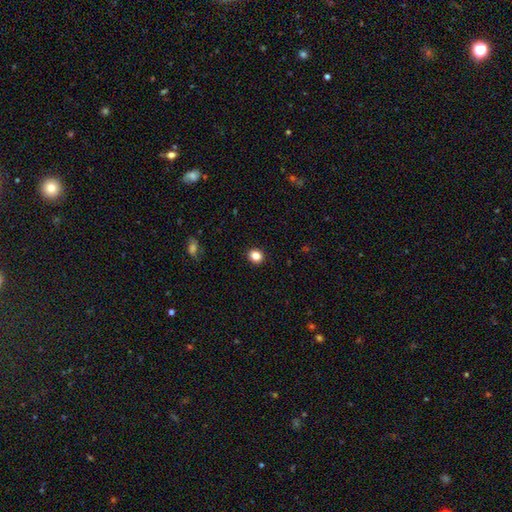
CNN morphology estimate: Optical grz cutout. It shows a smooth galaxy with no disk features (84%) that is round (77%). Merging: none (92%).